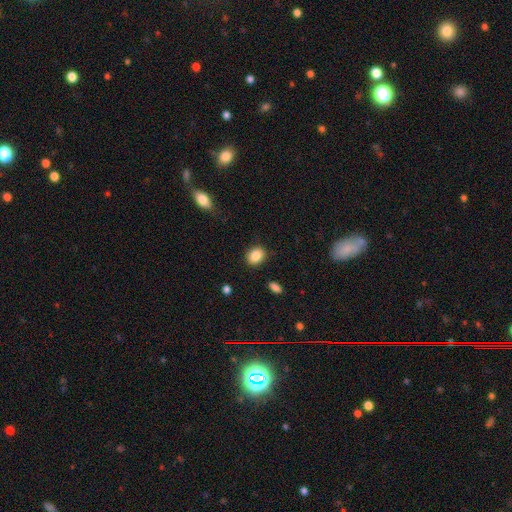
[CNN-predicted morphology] smooth-or-featured: smooth: 85% | star or artifact: 9% | featured or disk: 6%
  how-rounded: round: 55% | in between: 44% | cigar-shaped: 1%
  merging: none: 87% | minor disturbance: 9% | major disturbance: 2% | merger: 2%